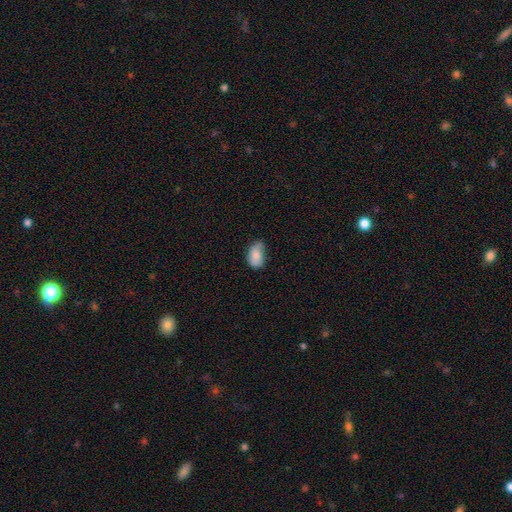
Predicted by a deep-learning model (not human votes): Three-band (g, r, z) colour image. It shows a smooth galaxy with no disk features (81%) that is in between round and cigar-shaped (89%). Merging: none (48%).